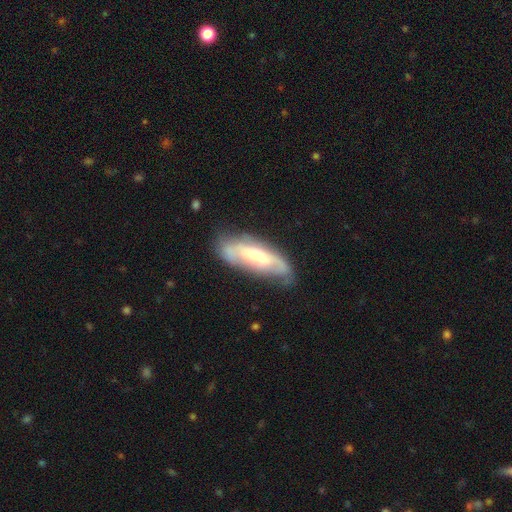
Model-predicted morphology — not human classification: type=featured or disk (58%); edge-on=no (75%); merging=none (62%).